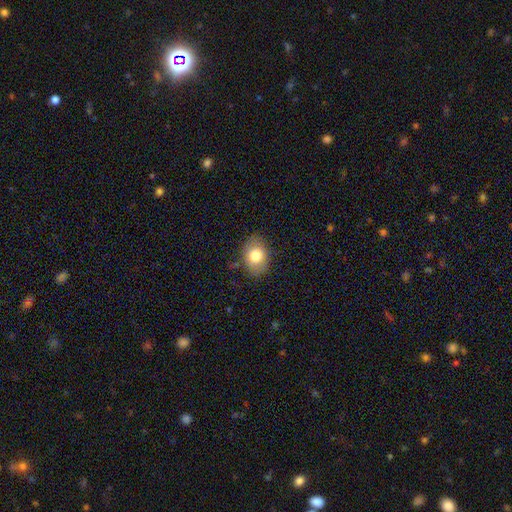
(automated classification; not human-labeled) A smooth galaxy with no disk features (79%) that is in between round and cigar-shaped (68%).

Vote fractions:
- Smooth or featured? smooth: 79% / featured or disk: 13% / star or artifact: 8%
- How rounded? in between: 68% / round: 31% / cigar-shaped: 1%
- Merging? none: 81% / minor disturbance: 15% / major disturbance: 4% / merger: 1%